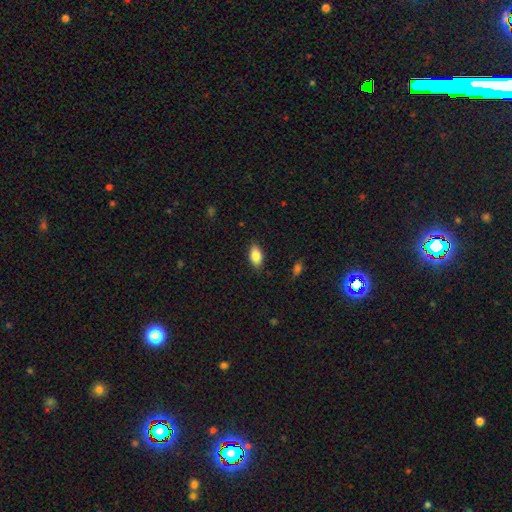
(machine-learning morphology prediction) This is clearly a smooth galaxy (85%). How rounded: clearly in between (91%). Merging: clearly none (85%).